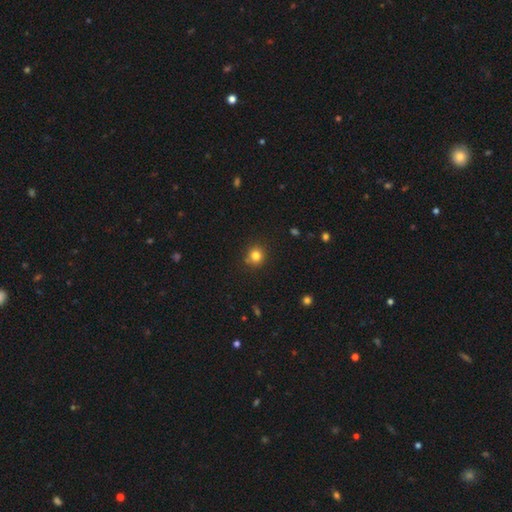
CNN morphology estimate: smooth-or-featured: smooth: 81% | star or artifact: 13% | featured or disk: 6%
  how-rounded: round: 89% | in between: 10% | cigar-shaped: 1%
  merging: none: 84% | minor disturbance: 10% | merger: 4% | major disturbance: 3%